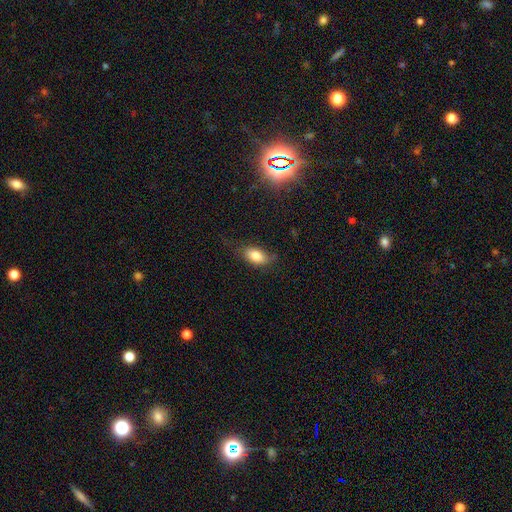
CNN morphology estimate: Overall: smooth (79%). How rounded: in between (90%). Merging: none (55%; minor disturbance 28%).